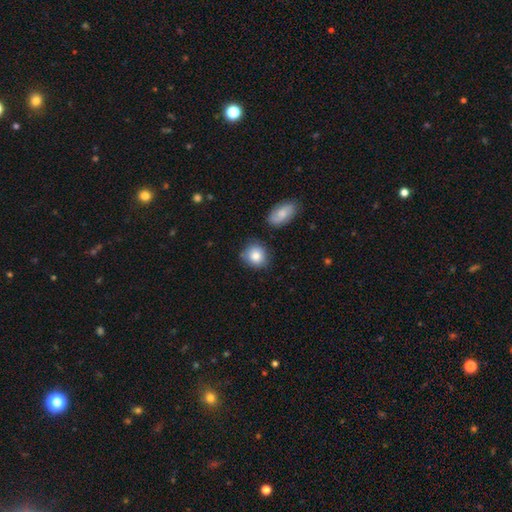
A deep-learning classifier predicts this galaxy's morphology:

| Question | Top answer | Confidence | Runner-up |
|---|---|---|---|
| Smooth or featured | smooth | 82% | featured or disk (10%) |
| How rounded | round | 76% | in between (23%) |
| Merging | none | 76% | minor disturbance (16%) |